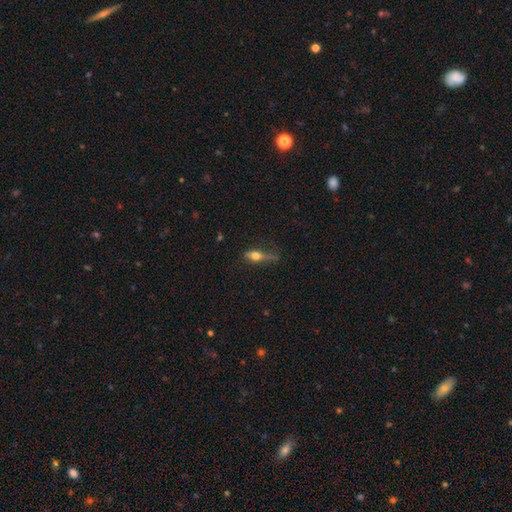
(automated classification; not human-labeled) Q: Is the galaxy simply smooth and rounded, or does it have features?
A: smooth — 50%.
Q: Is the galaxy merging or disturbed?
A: none — 48%.